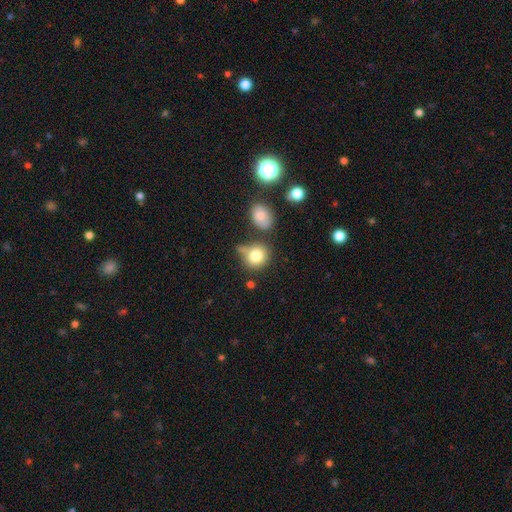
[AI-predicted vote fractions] Q: Smooth or featured?
A: smooth (79%); runner-up: star or artifact (11%)
Q: How rounded?
A: round (82%); runner-up: in between (17%)
Q: Merging?
A: none (60%); runner-up: minor disturbance (17%)